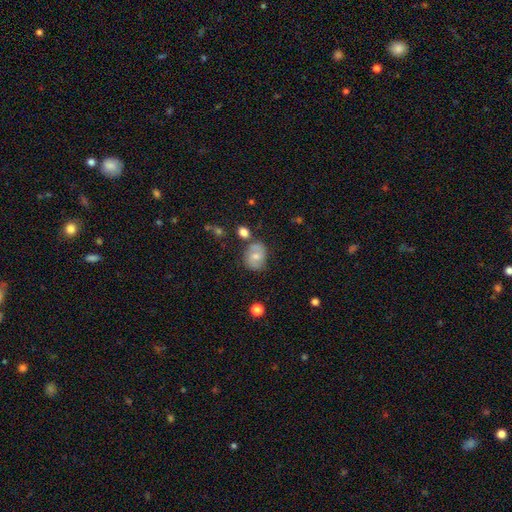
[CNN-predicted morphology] This appears to be a smooth galaxy with no disk features (53%) that is round (54%). Merging: none (65%).